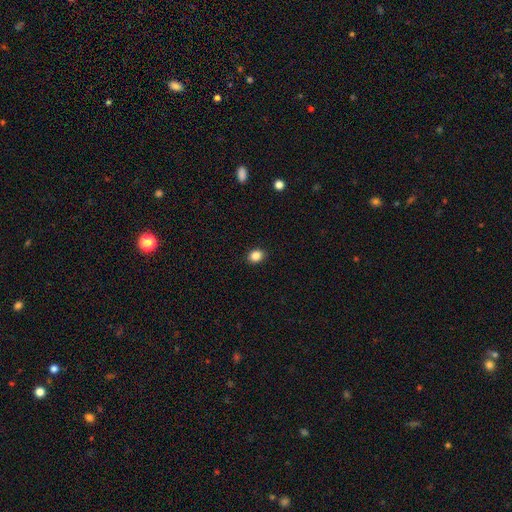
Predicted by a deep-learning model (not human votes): Smooth or featured? Predicted: smooth (p=0.86). How rounded? Predicted: in between (p=0.50). Merging? Predicted: none (p=0.91).